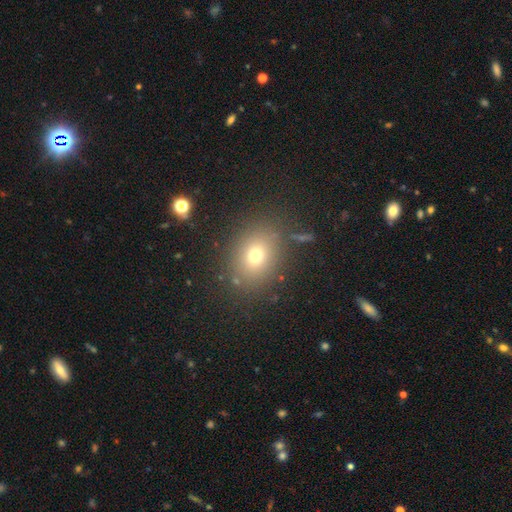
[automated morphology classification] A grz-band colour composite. It shows a smooth galaxy with no disk features (72%) that is round (56%). Merging: none (83%).